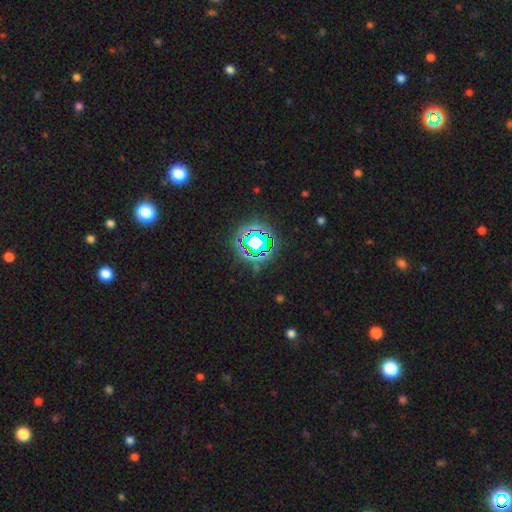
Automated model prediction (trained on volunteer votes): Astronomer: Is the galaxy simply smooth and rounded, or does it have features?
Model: star or artifact — 80%.